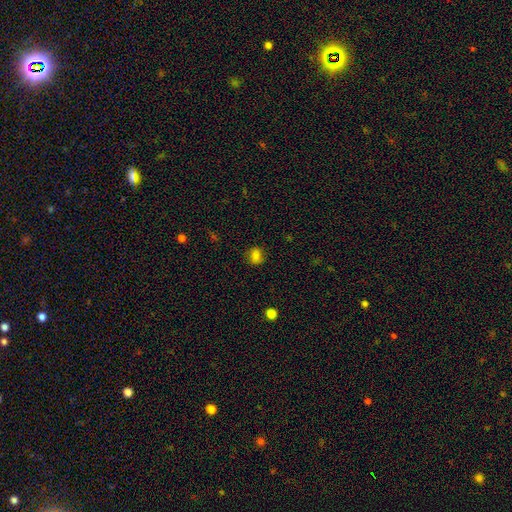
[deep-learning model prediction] Smooth or featured: smooth — 79% (star or artifact — 13%)
How rounded: round — 63% (in between — 36%)
Merging: none — 82% (minor disturbance — 13%)